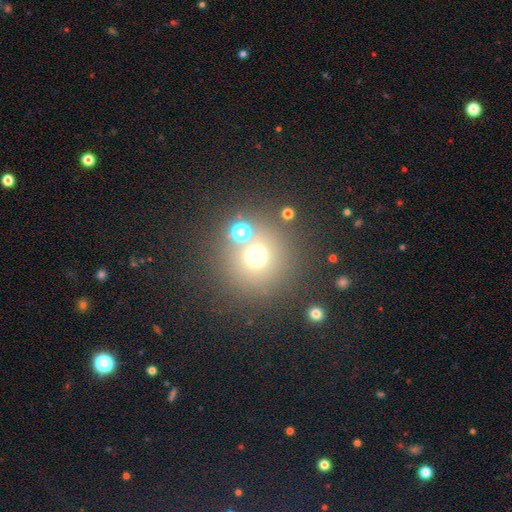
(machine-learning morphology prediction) smooth 64%, star or artifact 25%, featured or disk 11%. Down the decision tree: how rounded — round (94%); merging — none (73%).